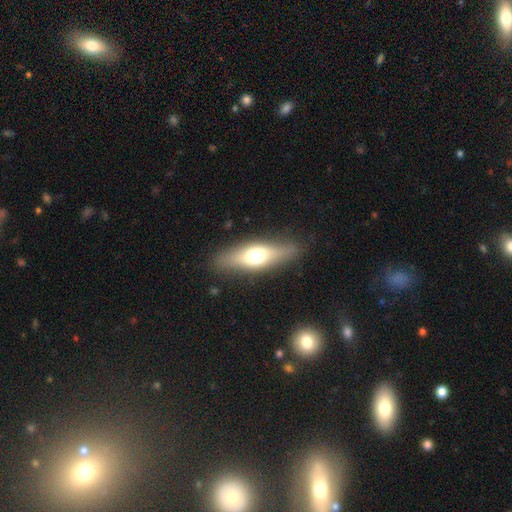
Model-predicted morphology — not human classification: A smooth galaxy with no disk features (53%) that is in between round and cigar-shaped (54%).

Vote fractions:
- Smooth or featured? smooth: 53% / featured or disk: 40% / star or artifact: 7%
- How rounded? in between: 54% / cigar-shaped: 42% / round: 4%
- Merging? none: 83% / minor disturbance: 12% / major disturbance: 4% / merger: 1%